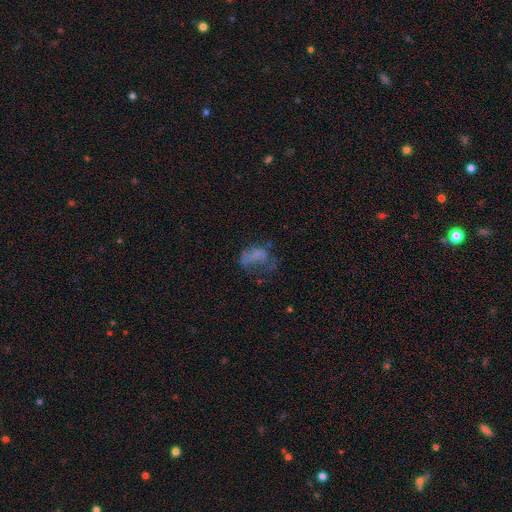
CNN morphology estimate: Q: Smooth or featured?
A: smooth (46%); runner-up: featured or disk (36%)
Q: Merging?
A: major disturbance (46%); runner-up: none (27%)